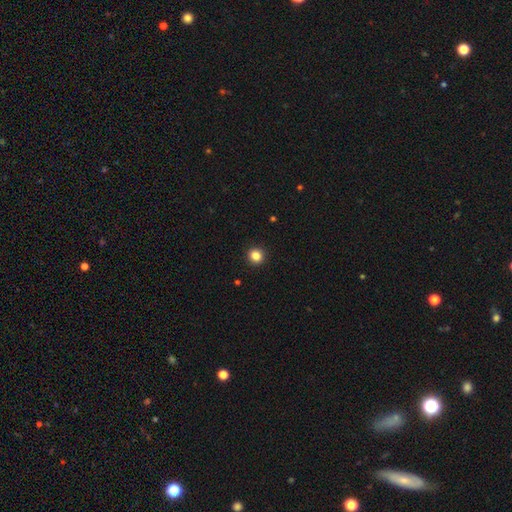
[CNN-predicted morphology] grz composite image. It shows a smooth galaxy with no disk features (84%) that is round (93%). Merging: none (93%).